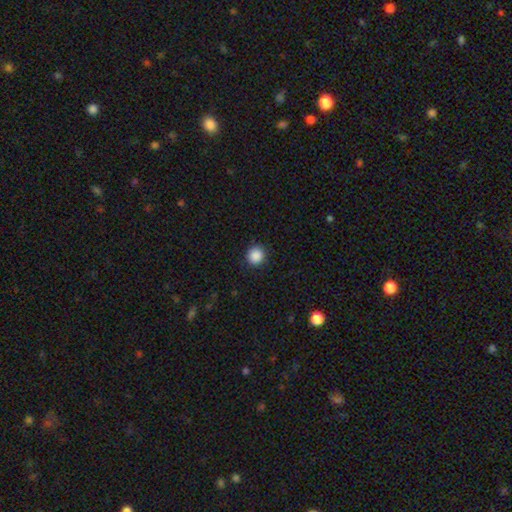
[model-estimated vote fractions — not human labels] Smooth or featured? Predicted: smooth (p=0.88). How rounded? Predicted: round (p=0.92). Merging? Predicted: none (p=0.91).